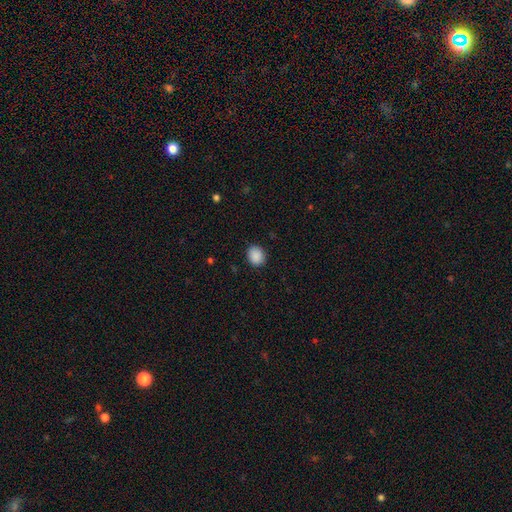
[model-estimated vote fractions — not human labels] Smooth or featured? Predicted: smooth (p=0.89). How rounded? Predicted: round (p=0.63). Merging? Predicted: none (p=0.89).